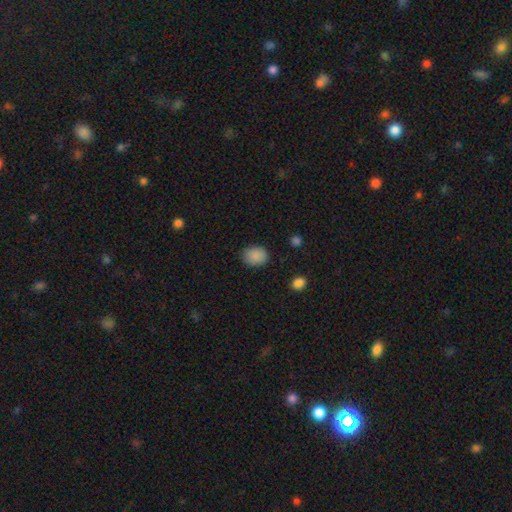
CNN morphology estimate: smooth 88%, star or artifact 9%, featured or disk 3%. Down the decision tree: how rounded — round (53%); merging — none (86%).